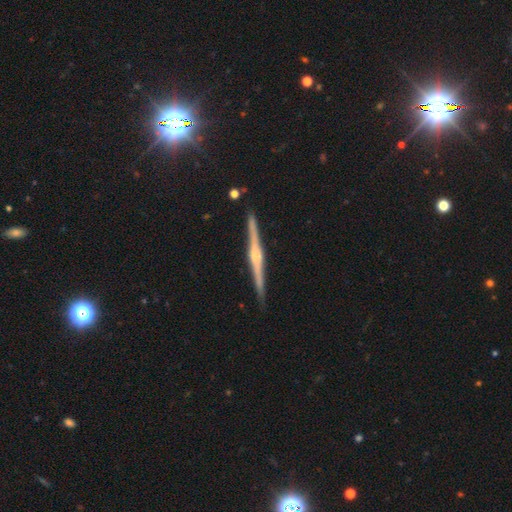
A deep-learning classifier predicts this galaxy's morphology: This is clearly a featured or disk galaxy (84%). It is clearly viewed edge-on (99%). Edge-on bulge: likely rounded (61%). Merging: clearly none (91%).